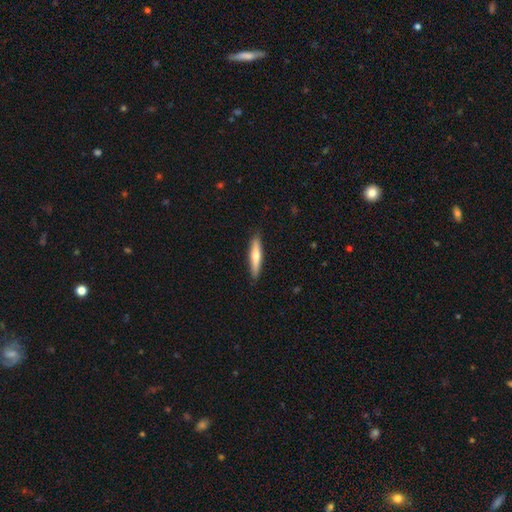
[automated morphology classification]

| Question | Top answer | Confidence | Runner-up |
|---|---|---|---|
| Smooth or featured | smooth | 59% | featured or disk (36%) |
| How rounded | cigar-shaped | 89% | in between (10%) |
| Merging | none | 88% | minor disturbance (9%) |